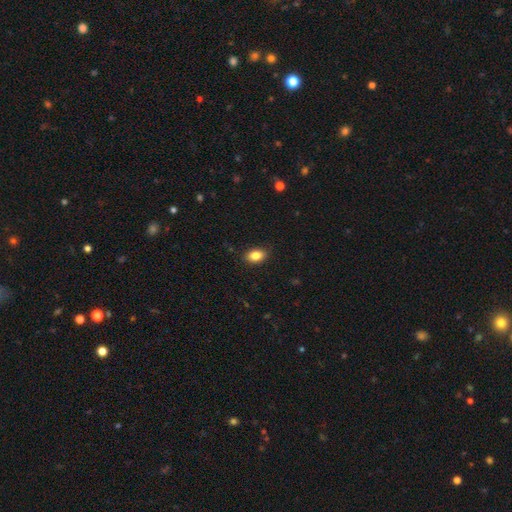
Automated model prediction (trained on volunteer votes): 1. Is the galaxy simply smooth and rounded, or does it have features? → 85% smooth, 8% star or artifact, 7% featured or disk.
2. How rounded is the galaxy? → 84% in between, 14% round, 1% cigar-shaped.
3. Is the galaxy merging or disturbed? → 85% none, 11% minor disturbance, 2% major disturbance, 1% merger.